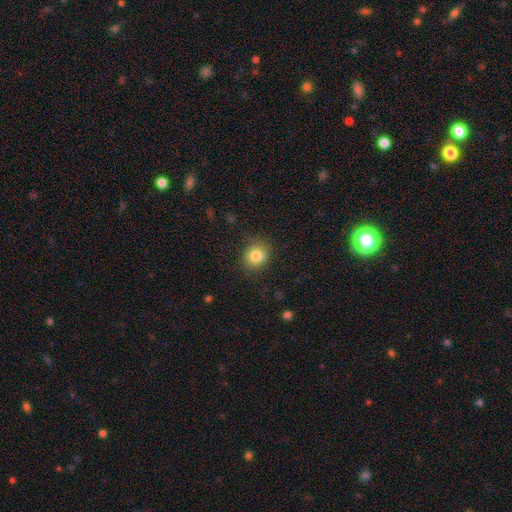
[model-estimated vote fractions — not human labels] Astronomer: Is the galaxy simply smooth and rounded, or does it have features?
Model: smooth — 82%.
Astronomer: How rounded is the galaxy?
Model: round — 72%.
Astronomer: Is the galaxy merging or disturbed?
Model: none — 80%.